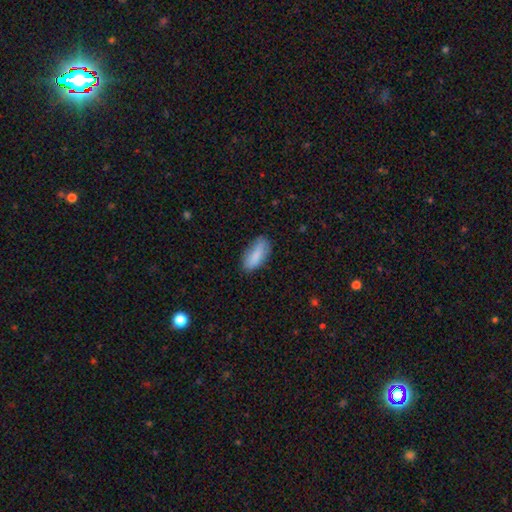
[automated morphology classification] Overall: smooth (84%). How rounded: in between (81%). Merging: none (75%).